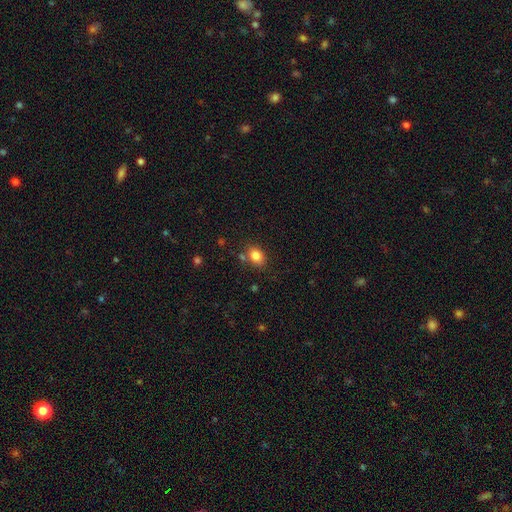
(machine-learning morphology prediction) Overall: smooth (83%). How rounded: in between (63%; round 36%). Merging: none (75%).